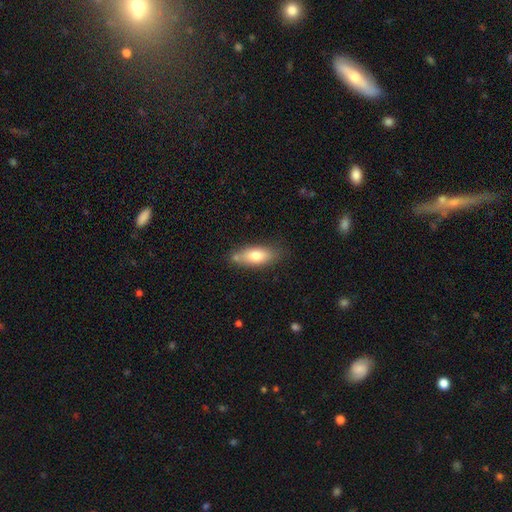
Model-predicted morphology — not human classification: smooth 76%, featured or disk 18%, star or artifact 7%. Down the decision tree: how rounded — in between (78%); merging — none (70%).